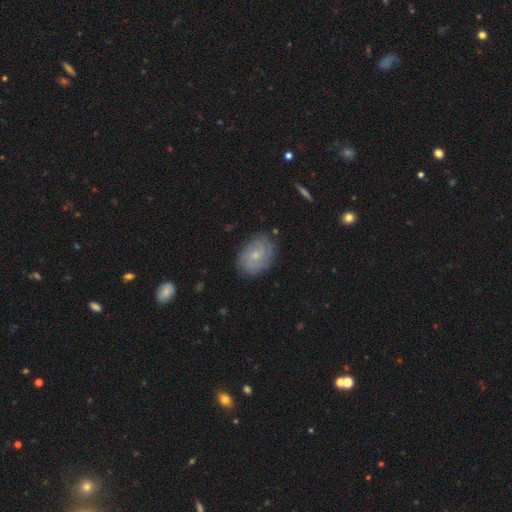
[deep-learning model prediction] Q: Smooth or featured?
A: featured or disk (66%); runner-up: smooth (27%)
Q: Edge-on disk?
A: no (97%); runner-up: yes (3%)
Q: Bar?
A: no (78%); runner-up: weak (20%)
Q: Spiral arms?
A: yes (90%); runner-up: no (10%)
Q: Spiral winding?
A: tight (65%); runner-up: medium (27%)
Q: Spiral arm count?
A: can't tell (42%); runner-up: 2 (20%)
Q: Bulge size?
A: small (74%); runner-up: moderate (22%)
Q: Merging?
A: none (80%); runner-up: minor disturbance (15%)